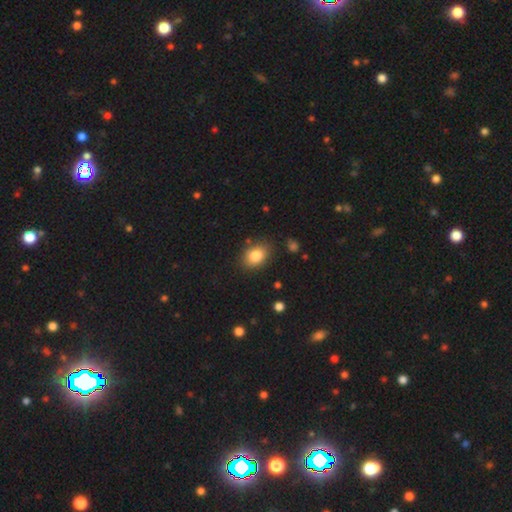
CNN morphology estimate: This is clearly a smooth galaxy (83%). How rounded: likely in between (71%). Merging: clearly none (82%).